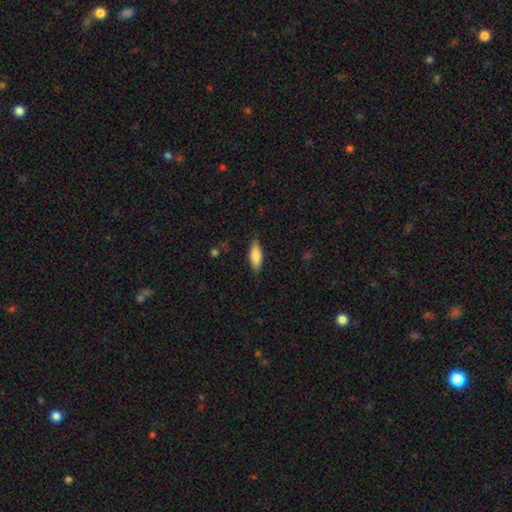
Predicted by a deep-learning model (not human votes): A smooth galaxy with no disk features (82%) that is in between round and cigar-shaped (71%).

Vote fractions:
- Smooth or featured? smooth: 82% / featured or disk: 12% / star or artifact: 6%
- How rounded? in between: 71% / cigar-shaped: 27% / round: 2%
- Merging? none: 83% / minor disturbance: 14% / major disturbance: 3% / merger: 1%